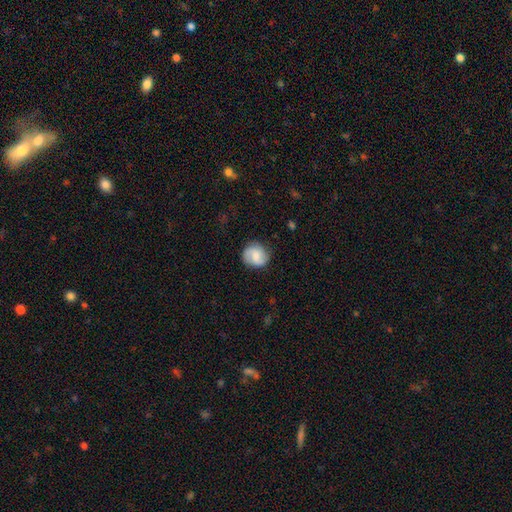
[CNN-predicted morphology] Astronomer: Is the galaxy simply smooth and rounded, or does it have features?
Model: featured or disk — 48% (runner-up: smooth, 44%).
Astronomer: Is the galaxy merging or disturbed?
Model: none — 81%.